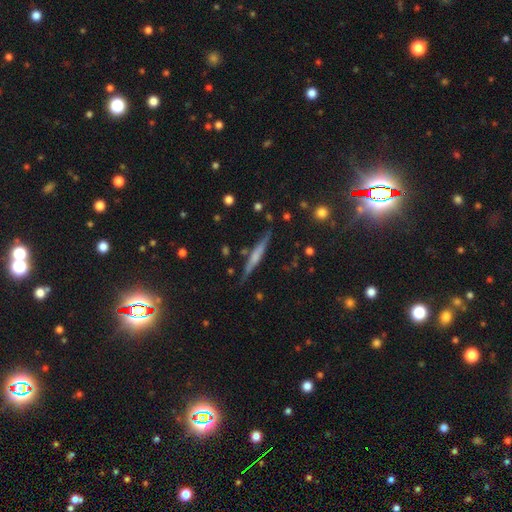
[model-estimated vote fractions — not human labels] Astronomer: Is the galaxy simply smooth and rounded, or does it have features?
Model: featured or disk — 55% (runner-up: smooth, 38%).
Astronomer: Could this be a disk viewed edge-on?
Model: yes — 96%.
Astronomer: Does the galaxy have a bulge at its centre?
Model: none — 46% (runner-up: rounded, 35%).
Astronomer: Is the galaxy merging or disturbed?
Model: none — 83%.